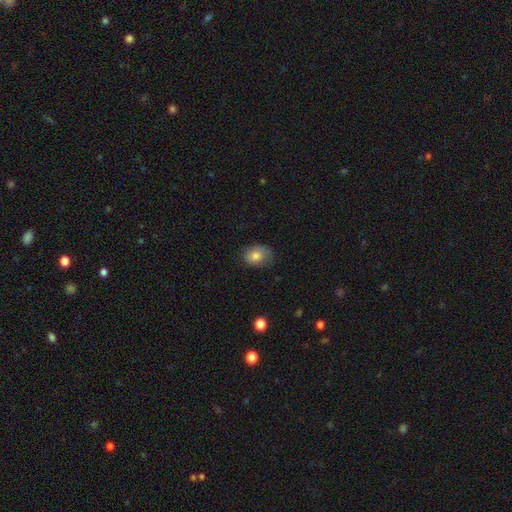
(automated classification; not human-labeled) smooth-or-featured: smooth: 78% | featured or disk: 13% | star or artifact: 9%
  how-rounded: in between: 62% | round: 37% | cigar-shaped: 1%
  merging: none: 65% | minor disturbance: 27% | major disturbance: 7% | merger: 1%